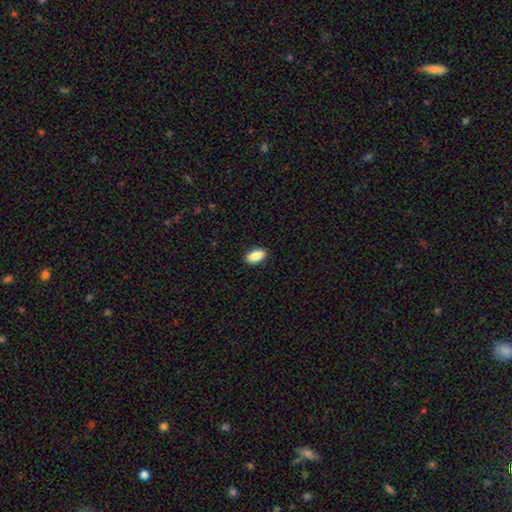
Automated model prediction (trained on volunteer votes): This is clearly a smooth galaxy (89%). How rounded: clearly in between (92%). Merging: clearly none (90%).